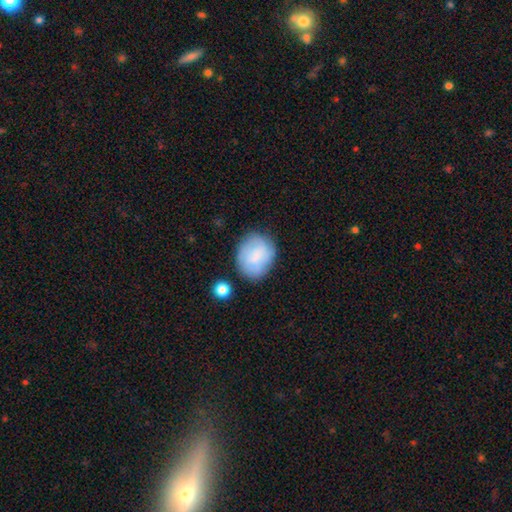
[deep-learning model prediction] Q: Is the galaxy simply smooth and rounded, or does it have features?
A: smooth — 70%.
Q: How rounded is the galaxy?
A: round — 54%.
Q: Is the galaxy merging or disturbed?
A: none — 72%.